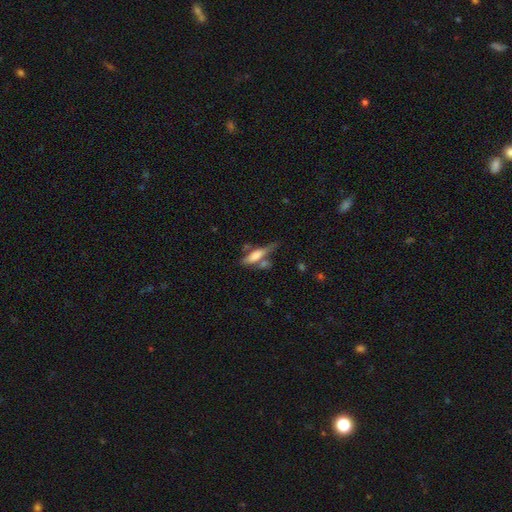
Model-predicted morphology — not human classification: Overall: smooth (55%; featured or disk 37%). How rounded: cigar-shaped (66%; in between 32%). Merging: none (48%; merger 21%).